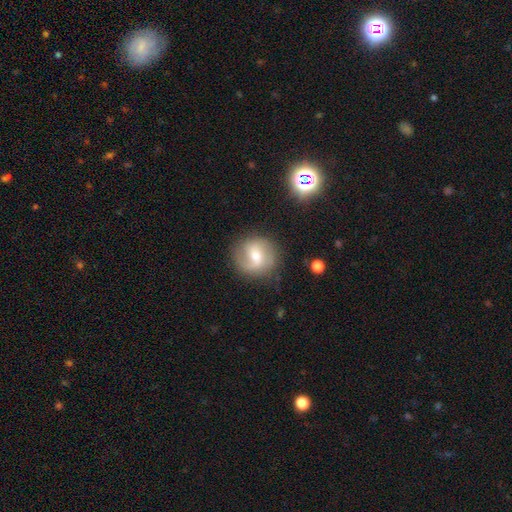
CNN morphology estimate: featured or disk 58%, smooth 34%, star or artifact 8%. Down the decision tree: edge-on disk — no (97%); bar — weak (49%); spiral arms — yes (80%); bulge size — moderate (57%); merging — none (81%).